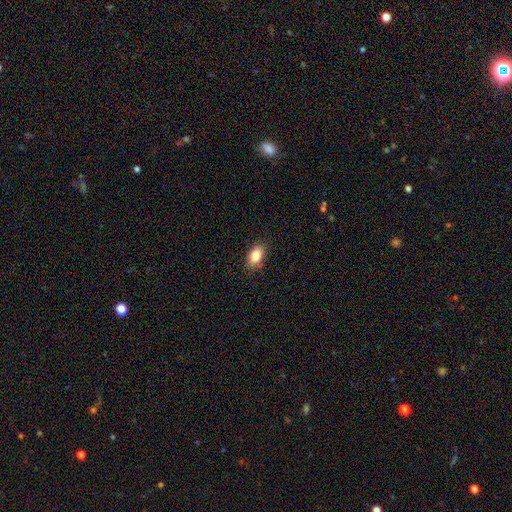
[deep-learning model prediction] Q: Smooth or featured?
A: smooth (85%); runner-up: star or artifact (8%)
Q: How rounded?
A: in between (89%); runner-up: round (9%)
Q: Merging?
A: none (86%); runner-up: minor disturbance (11%)